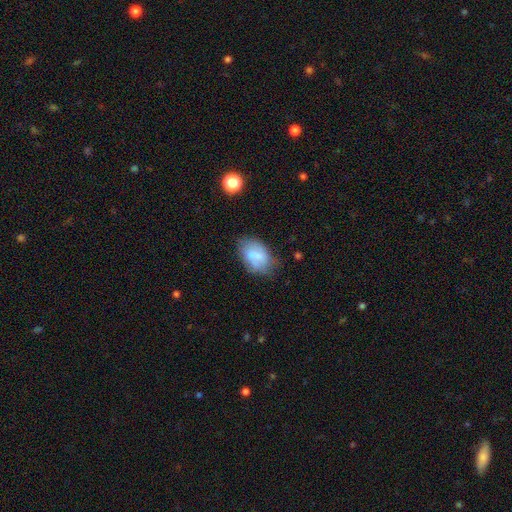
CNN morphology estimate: Smooth or featured: smooth — 64% (featured or disk — 27%)
How rounded: in between — 86% (round — 12%)
Merging: none — 58% (minor disturbance — 29%)